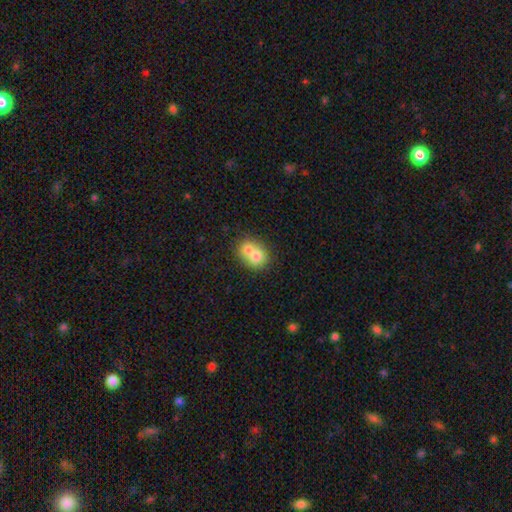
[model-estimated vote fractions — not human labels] Smooth or featured: smooth — 70% (featured or disk — 21%)
How rounded: round — 64% (in between — 35%)
Merging: merger — 66% (none — 25%)